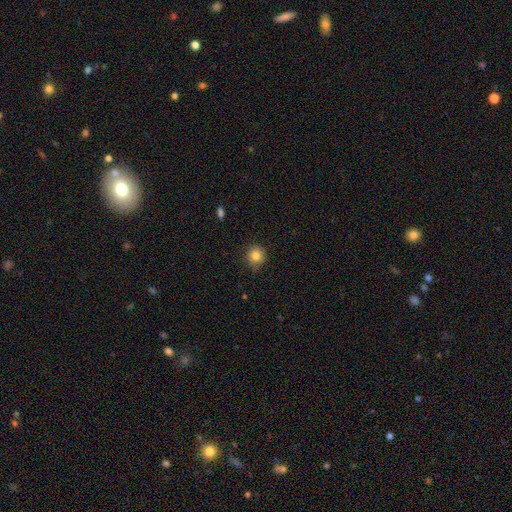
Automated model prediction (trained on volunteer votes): A smooth galaxy with no disk features (82%) that is round (91%).

Vote fractions:
- Smooth or featured? smooth: 82% / star or artifact: 11% / featured or disk: 7%
- How rounded? round: 91% / in between: 8% / cigar-shaped: 1%
- Merging? none: 85% / minor disturbance: 12% / major disturbance: 2% / merger: 1%